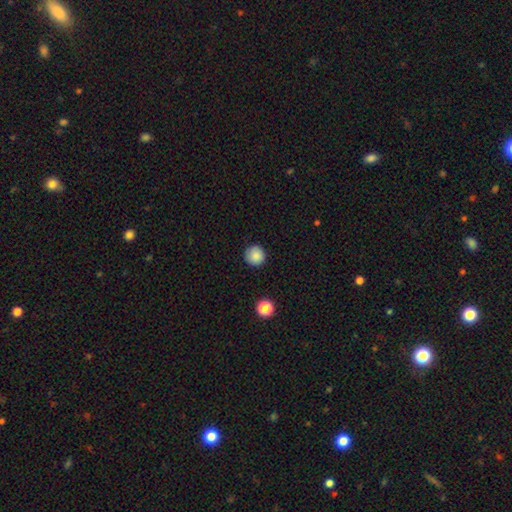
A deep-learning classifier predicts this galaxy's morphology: This is clearly a smooth galaxy (87%). How rounded: clearly round (95%). Merging: clearly none (90%).